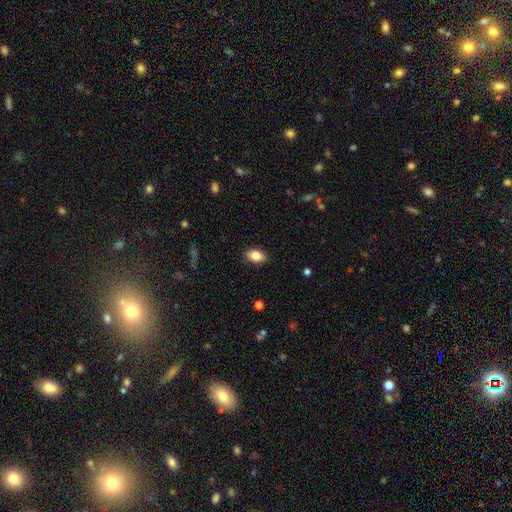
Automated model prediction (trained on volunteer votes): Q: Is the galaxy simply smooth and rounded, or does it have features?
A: smooth — 85%.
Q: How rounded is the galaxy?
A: in between — 87%.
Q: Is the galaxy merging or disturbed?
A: none — 86%.